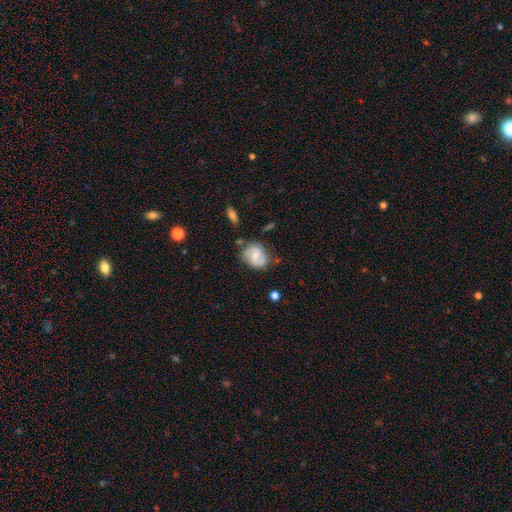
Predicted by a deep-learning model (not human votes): Overall: featured or disk (70%). Edge-on disk: no (98%). Bar: weak (52%; no 34%). Spiral arms: yes (93%). Spiral arm count: 2 (86%). Spiral winding: medium (48%; tight 28%). Bulge size: small (44%; moderate 34%). Merging: none (69%).